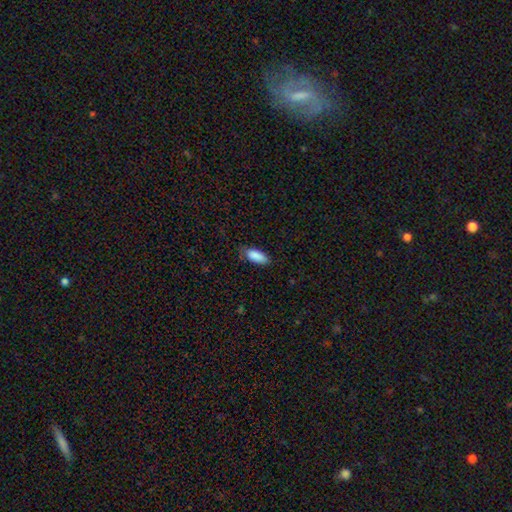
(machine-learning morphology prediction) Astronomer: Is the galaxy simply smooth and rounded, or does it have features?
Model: smooth — 88%.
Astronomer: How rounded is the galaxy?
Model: in between — 84%.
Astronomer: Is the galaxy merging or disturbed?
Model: none — 68%.